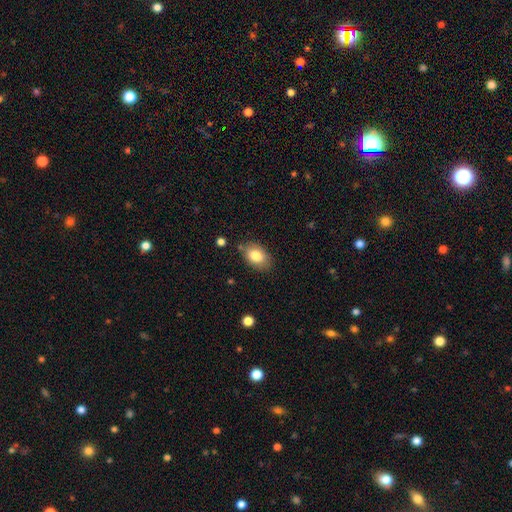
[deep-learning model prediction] Q: Smooth or featured?
A: smooth (82%); runner-up: featured or disk (10%)
Q: How rounded?
A: in between (85%); runner-up: round (13%)
Q: Merging?
A: none (80%); runner-up: minor disturbance (14%)